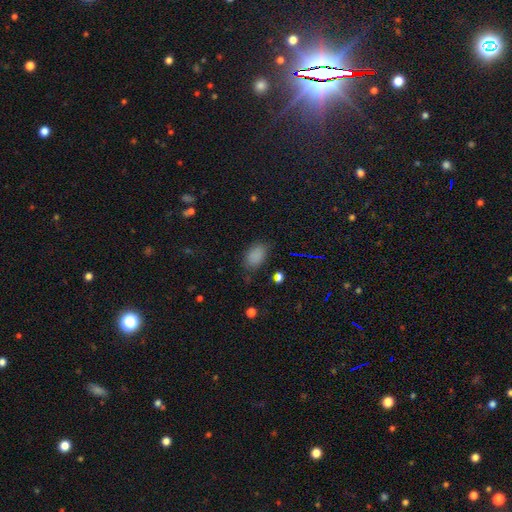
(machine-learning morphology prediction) smooth 82%, star or artifact 13%, featured or disk 5%. Down the decision tree: how rounded — in between (90%); merging — none (73%).